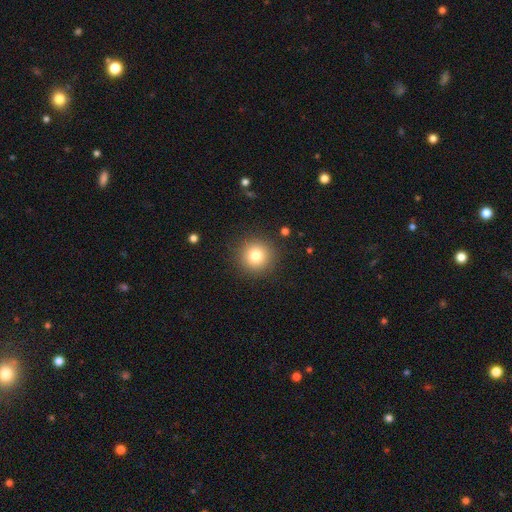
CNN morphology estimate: Smooth or featured? Predicted: smooth (p=0.80). How rounded? Predicted: round (p=0.95). Merging? Predicted: none (p=0.90).